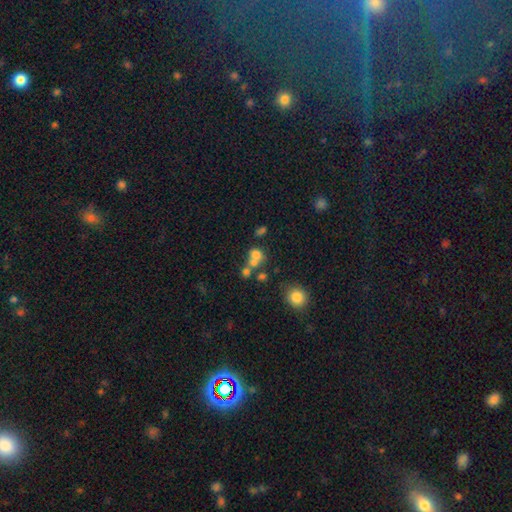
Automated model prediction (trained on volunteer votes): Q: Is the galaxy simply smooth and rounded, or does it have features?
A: smooth — 67%.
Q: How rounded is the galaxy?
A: round — 63%.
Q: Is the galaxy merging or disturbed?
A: merger — 50%.